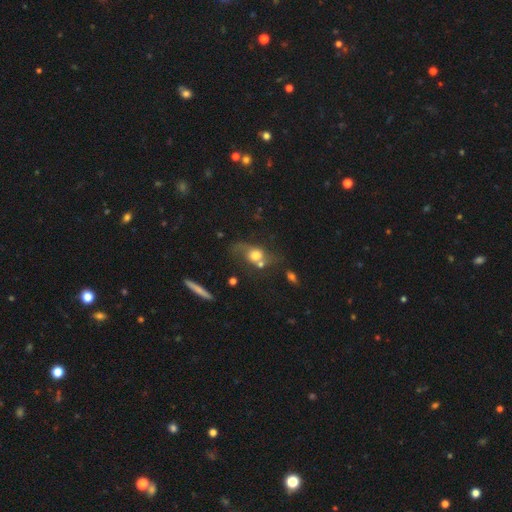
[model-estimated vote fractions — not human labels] A smooth galaxy with no disk features (50%). Merging: none (39%).